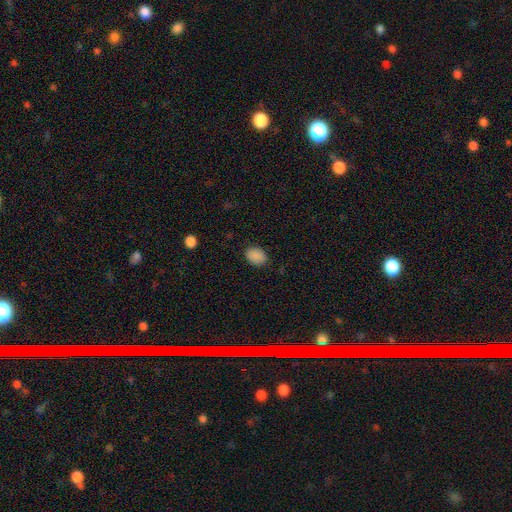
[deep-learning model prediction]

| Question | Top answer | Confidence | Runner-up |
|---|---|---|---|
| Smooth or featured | smooth | 88% | star or artifact (9%) |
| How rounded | in between | 68% | round (32%) |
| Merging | none | 85% | minor disturbance (11%) |